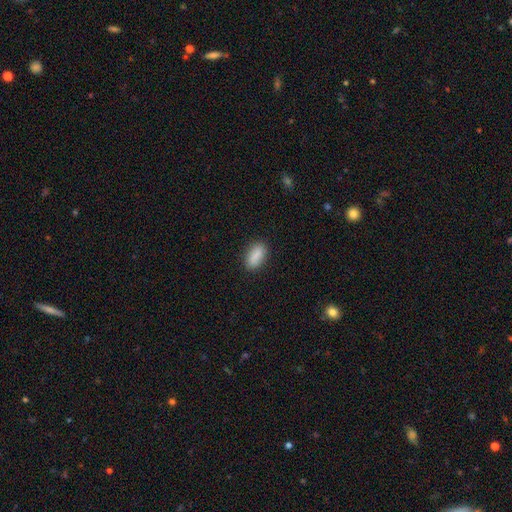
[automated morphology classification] A smooth galaxy with no disk features (87%) that is in between round and cigar-shaped (85%). Merging: none (86%).